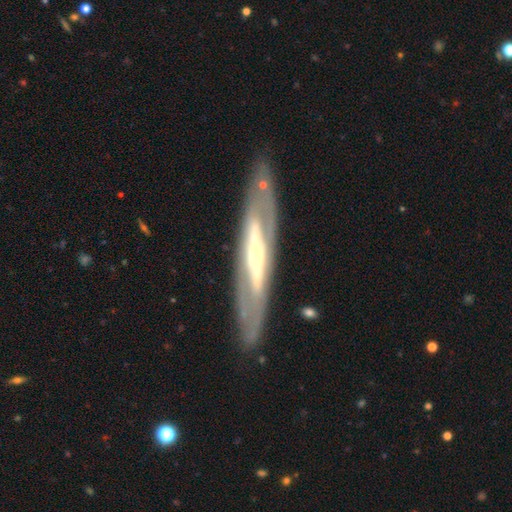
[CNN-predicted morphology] This appears to be a featured or disk galaxy (78%). Merging: none (82%).